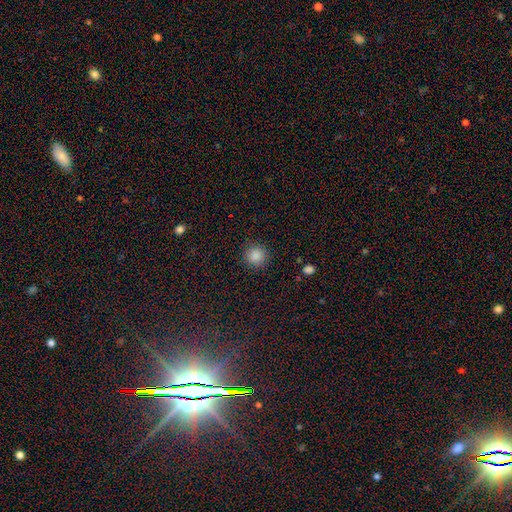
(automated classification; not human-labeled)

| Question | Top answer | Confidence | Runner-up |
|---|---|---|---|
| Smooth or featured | smooth | 87% | star or artifact (10%) |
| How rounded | round | 94% | in between (5%) |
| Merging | none | 91% | minor disturbance (6%) |